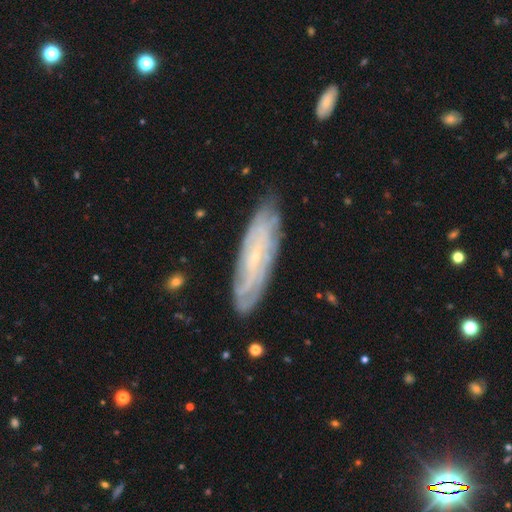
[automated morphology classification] A featured or disk galaxy (74%) with no bar (63%), tight (73%) spiral arms (90%) and a small central bulge (84%).

Vote fractions:
- Smooth or featured? featured or disk: 74% / smooth: 19% / star or artifact: 7%
- Edge-on disk? no: 77% / yes: 23%
- Bar? no: 63% / weak: 28% / strong: 9%
- Spiral arms? yes: 90% / no: 10%
- Spiral winding? tight: 73% / medium: 22% / loose: 6%
- Spiral arm count? can't tell: 56% / 2: 13% / 4: 10% / 3: 9% / more than 4: 6% / 1: 5%
- Bulge size? small: 84% / moderate: 9% / none: 5% / large: 1% / dominant: 1%
- Merging? none: 80% / minor disturbance: 15% / major disturbance: 3% / merger: 2%